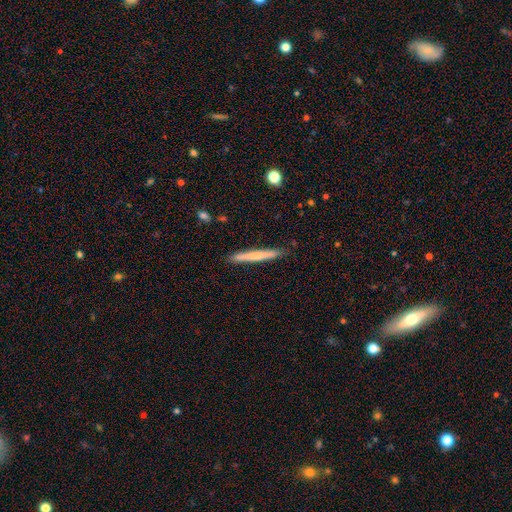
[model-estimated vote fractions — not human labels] Smooth or featured? Predicted: smooth (p=0.65). How rounded? Predicted: cigar-shaped (p=0.97). Merging? Predicted: none (p=0.89).